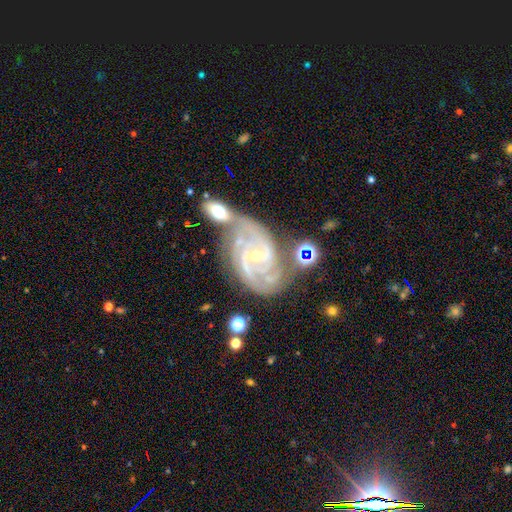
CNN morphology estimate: Smooth or featured? featured or disk (91%)
Edge-on disk? no (97%)
Bar? no (42%)
Spiral arms? yes (98%)
Spiral winding? tight (57%)
Spiral arm count? 2 (36%)
Bulge size? small (69%)
Merging? none (47%)